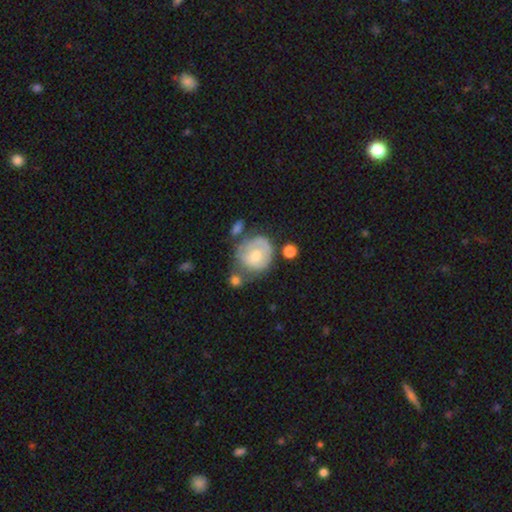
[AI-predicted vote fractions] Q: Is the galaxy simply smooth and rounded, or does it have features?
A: featured or disk — 55%.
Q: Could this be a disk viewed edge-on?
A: no — 97%.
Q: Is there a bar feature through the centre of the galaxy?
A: no — 77%.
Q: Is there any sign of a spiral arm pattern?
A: yes — 65%.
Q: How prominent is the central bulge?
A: moderate — 64%.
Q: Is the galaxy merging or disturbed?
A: none — 49%.